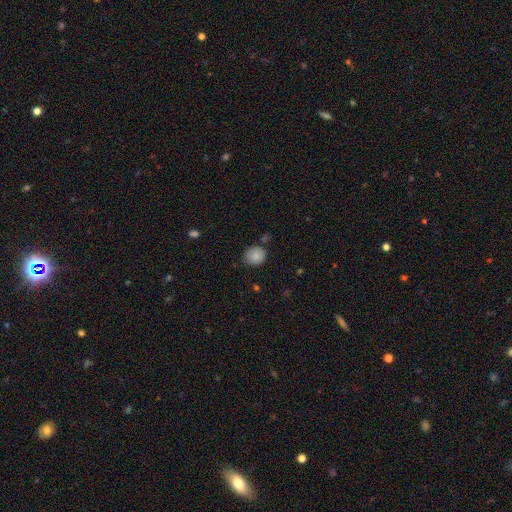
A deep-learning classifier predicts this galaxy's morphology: smooth 85%, star or artifact 8%, featured or disk 6%. Down the decision tree: how rounded — round (72%); merging — none (75%).